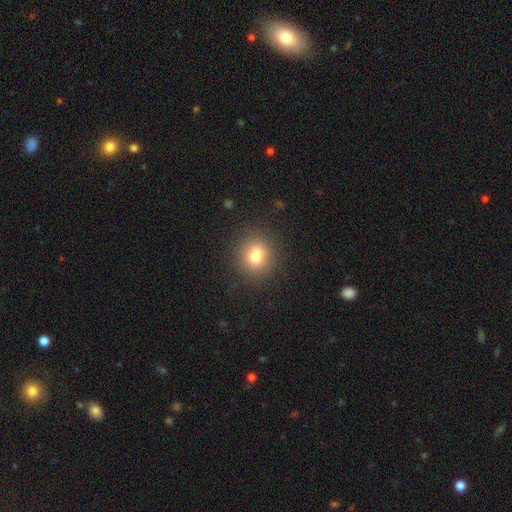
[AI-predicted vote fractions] A smooth galaxy with no disk features (77%) that is round (86%).

Vote fractions:
- Smooth or featured? smooth: 77% / star or artifact: 13% / featured or disk: 10%
- How rounded? round: 86% / in between: 13% / cigar-shaped: 1%
- Merging? none: 88% / minor disturbance: 7% / major disturbance: 3% / merger: 1%